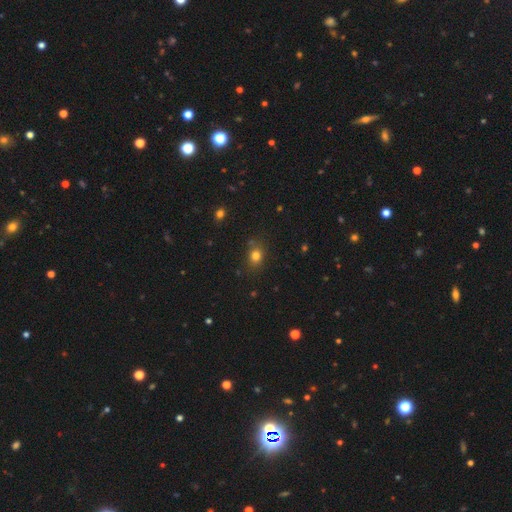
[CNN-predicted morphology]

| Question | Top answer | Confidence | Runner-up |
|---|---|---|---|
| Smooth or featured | smooth | 78% | star or artifact (15%) |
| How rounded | round | 56% | in between (43%) |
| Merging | none | 78% | minor disturbance (14%) |